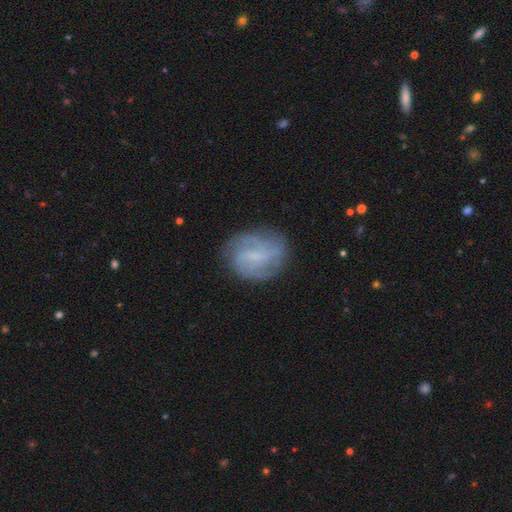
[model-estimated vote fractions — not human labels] The model was most divided on "spiral winding": medium: 42%, tight: 34%, loose: 24%. Remaining: edge-on disk — no (97%); spiral arms — yes (89%); merging — none (74%); smooth or featured — featured or disk (71%); bar — weak (55%); spiral arm count — 2 (46%); bulge size — small (46%).